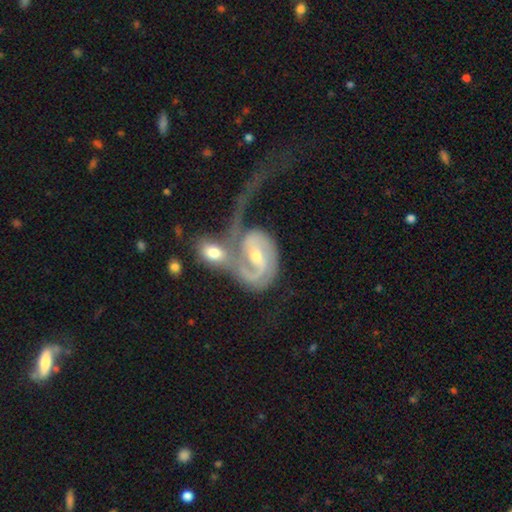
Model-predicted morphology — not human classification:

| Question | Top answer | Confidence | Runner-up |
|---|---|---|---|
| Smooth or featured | featured or disk | 87% | smooth (8%) |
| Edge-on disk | no | 96% | yes (4%) |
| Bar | weak | 46% | no (29%) |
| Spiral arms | yes | 95% | no (5%) |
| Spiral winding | medium | 37% | tight (36%) |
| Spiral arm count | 2 | 64% | 1 (18%) |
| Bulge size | moderate | 54% | small (41%) |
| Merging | merger | 56% | major disturbance (23%) |